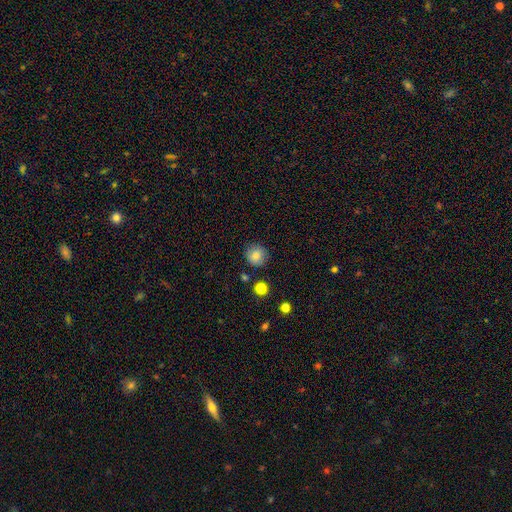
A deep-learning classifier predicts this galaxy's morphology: Smooth or featured?
  - smooth: 80% *
  - star or artifact: 11%
  - featured or disk: 9%
How rounded?
  - round: 93% *
  - in between: 6%
  - cigar-shaped: 1%
Merging?
  - none: 86% *
  - minor disturbance: 9%
  - major disturbance: 2%
  - merger: 2%